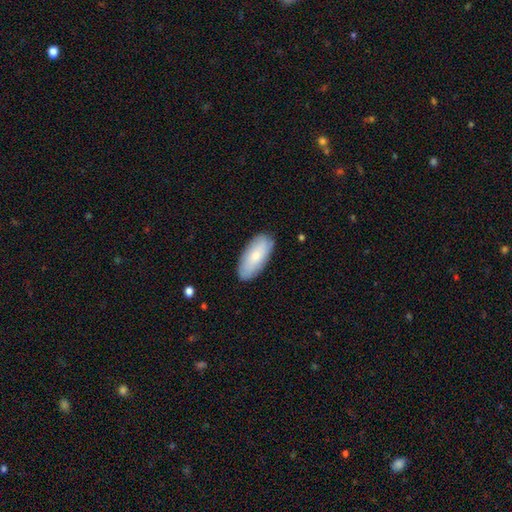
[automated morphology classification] Smooth or featured: smooth — 76% (featured or disk — 18%)
How rounded: in between — 88% (cigar-shaped — 10%)
Merging: none — 86% (minor disturbance — 11%)